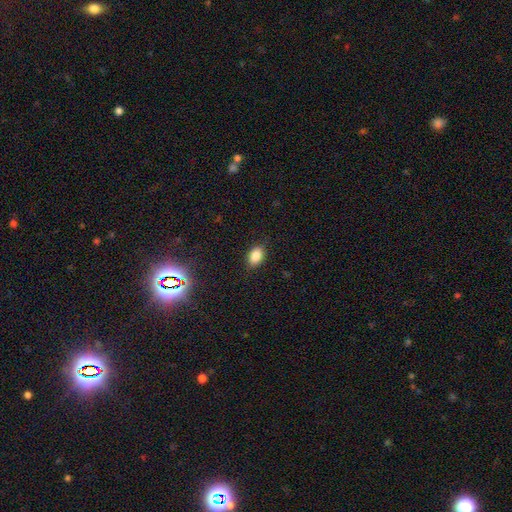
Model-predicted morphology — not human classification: Smooth or featured? Predicted: smooth (p=0.85). How rounded? Predicted: in between (p=0.84). Merging? Predicted: none (p=0.86).